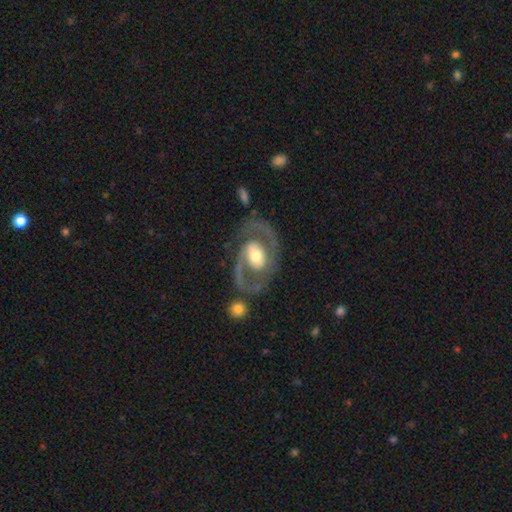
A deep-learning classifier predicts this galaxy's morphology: Q: Smooth or featured?
A: featured or disk (85%); runner-up: smooth (11%)
Q: Edge-on disk?
A: no (96%); runner-up: yes (4%)
Q: Bar?
A: no (43%); runner-up: weak (36%)
Q: Spiral arms?
A: yes (87%); runner-up: no (13%)
Q: Spiral winding?
A: medium (55%); runner-up: tight (27%)
Q: Spiral arm count?
A: 2 (89%); runner-up: can't tell (4%)
Q: Bulge size?
A: moderate (65%); runner-up: large (21%)
Q: Merging?
A: none (75%); runner-up: minor disturbance (13%)